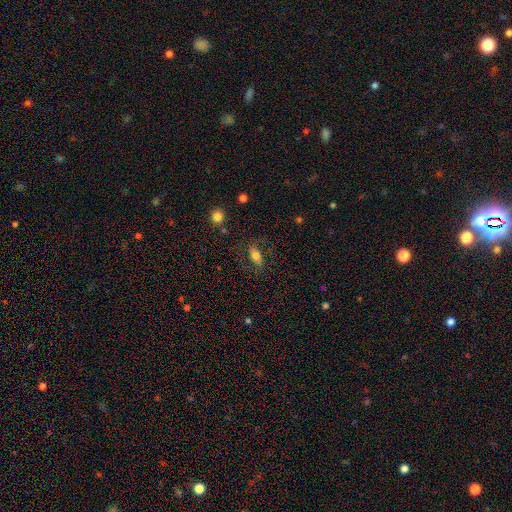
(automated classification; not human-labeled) Smooth or featured?
  - smooth: 63% *
  - featured or disk: 28%
  - star or artifact: 10%
How rounded?
  - in between: 80% *
  - cigar-shaped: 13%
  - round: 7%
Merging?
  - none: 73% *
  - minor disturbance: 16%
  - major disturbance: 10%
  - merger: 2%